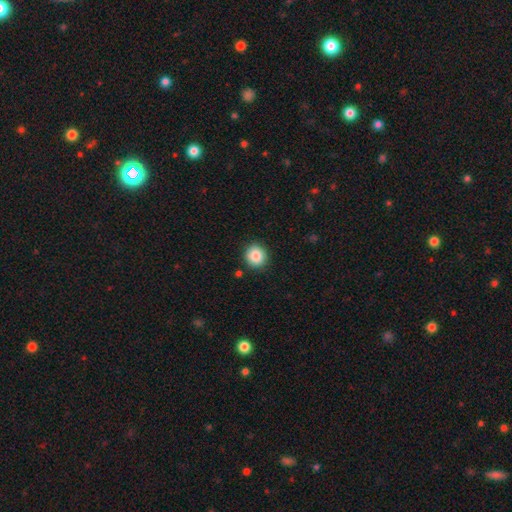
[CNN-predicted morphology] The model was most divided on "how rounded": round: 86%, in between: 13%, cigar-shaped: 1%. More confident: merging — none (89%); smooth or featured — smooth (85%).